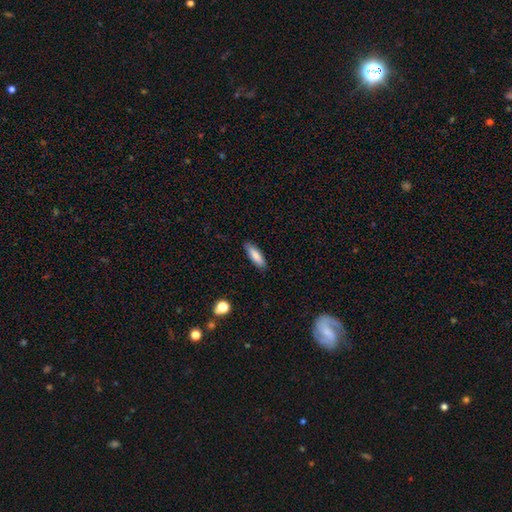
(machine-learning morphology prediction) Smooth or featured?
  - smooth: 84% *
  - featured or disk: 10%
  - star or artifact: 6%
How rounded?
  - cigar-shaped: 53% *
  - in between: 45%
  - round: 2%
Merging?
  - none: 87% *
  - minor disturbance: 10%
  - major disturbance: 2%
  - merger: 1%